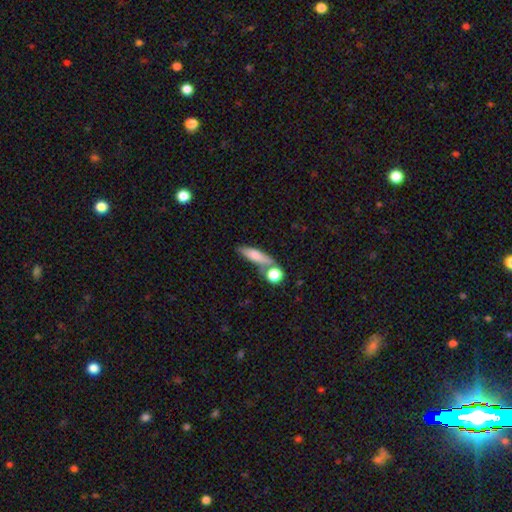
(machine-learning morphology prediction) Smooth or featured? smooth (73%)
How rounded? cigar-shaped (59%)
Merging? none (59%)